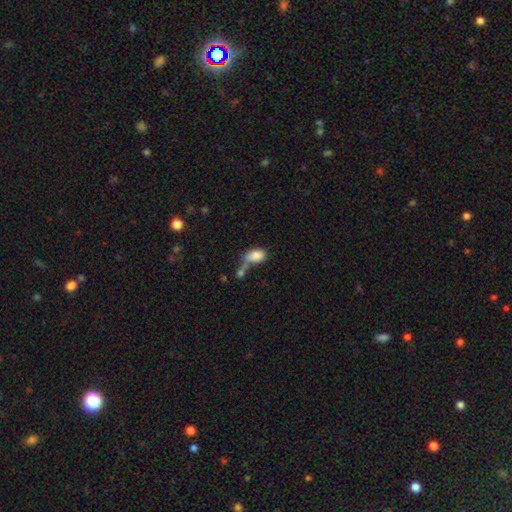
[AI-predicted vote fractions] This appears to be a smooth galaxy with no disk features (82%) that is in between round and cigar-shaped (89%). Merging: merger (41%).